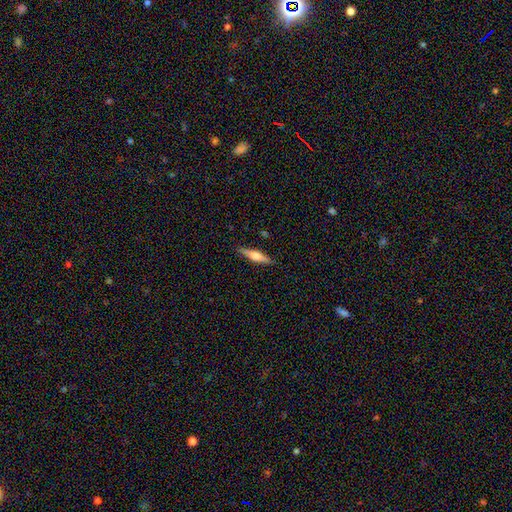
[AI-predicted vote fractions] A featured or disk galaxy (54%) viewed edge-on (96%) with a rounded central bulge (84%). Merging: none (89%).